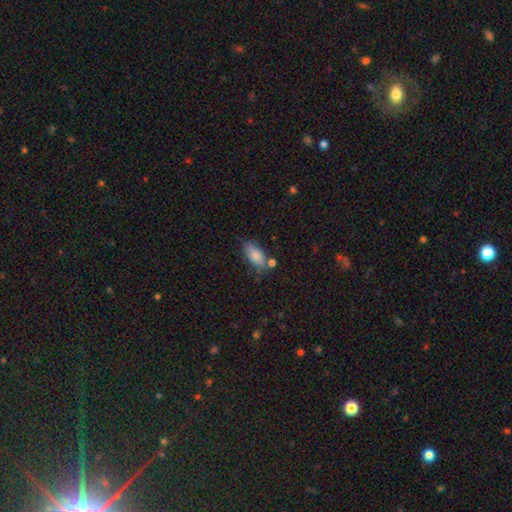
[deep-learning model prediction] The model was most divided on "merging": none: 61%, minor disturbance: 22%, merger: 11%, major disturbance: 6%. More confident: how rounded — in between (85%); smooth or featured — smooth (83%).